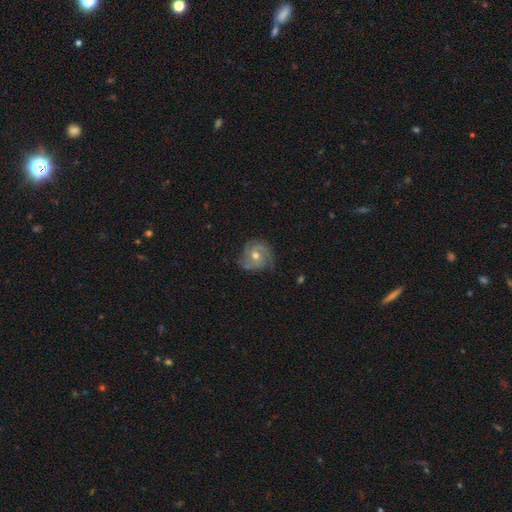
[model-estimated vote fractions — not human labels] Morphology: type=featured or disk (81%); edge-on=no (98%); bar=no (67%); spiral arms=yes (95%); winding=tight (52%); arm count=3 (37%); bulge=moderate (74%); merging=none (74%).